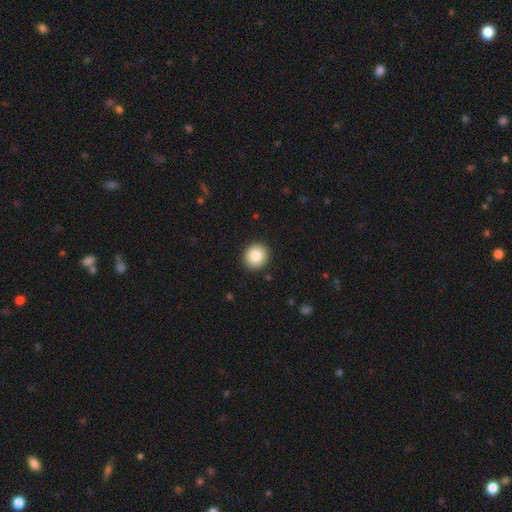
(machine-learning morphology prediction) Overall: smooth (84%). How rounded: round (92%). Merging: none (92%).